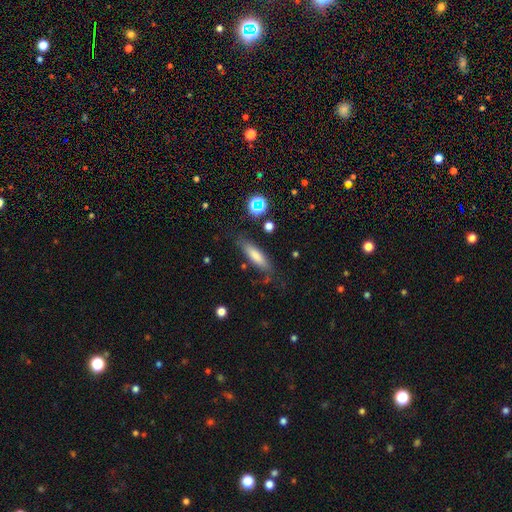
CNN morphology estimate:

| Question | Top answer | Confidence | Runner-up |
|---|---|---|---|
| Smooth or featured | smooth | 74% | featured or disk (17%) |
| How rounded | cigar-shaped | 63% | in between (35%) |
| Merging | none | 74% | minor disturbance (17%) |